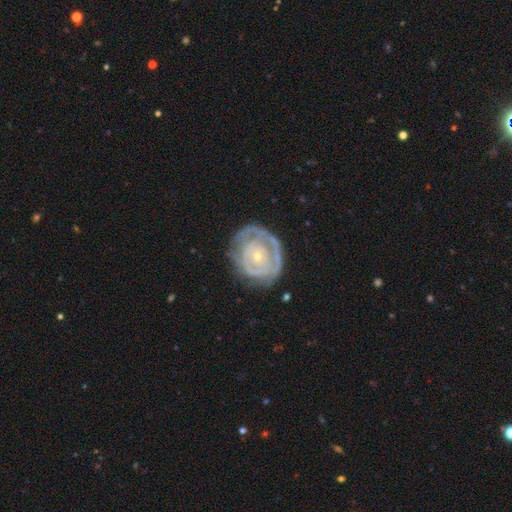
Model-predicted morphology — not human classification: The model was most divided on "spiral arm count": 2: 34%, can't tell: 31%, 3: 13%, 1: 13%, 4: 5%, more than 4: 4%. More confident: edge-on disk — no (97%); spiral arms — yes (86%); spiral winding — tight (79%); smooth or featured — featured or disk (79%); merging — none (74%); bar — no (73%); bulge size — small (72%).